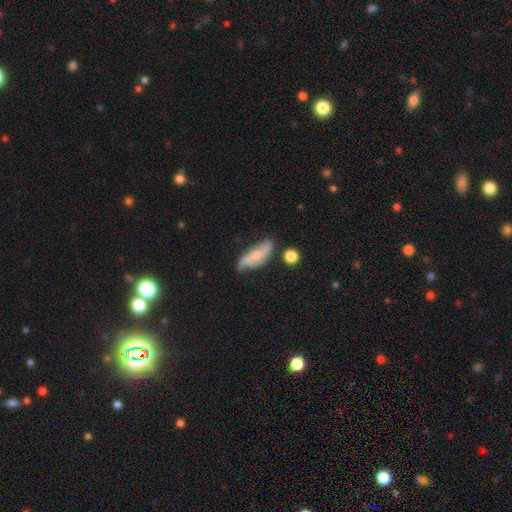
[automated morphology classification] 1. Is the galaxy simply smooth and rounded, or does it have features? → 60% featured or disk, 33% smooth, 7% star or artifact.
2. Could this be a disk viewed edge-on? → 84% no, 16% yes.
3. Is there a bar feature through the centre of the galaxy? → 63% no, 27% weak, 10% strong.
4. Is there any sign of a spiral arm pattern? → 87% yes, 13% no.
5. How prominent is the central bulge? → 55% small, 37% moderate, 4% none, 2% large, 1% dominant.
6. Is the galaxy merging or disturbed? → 63% none, 26% minor disturbance, 7% major disturbance, 4% merger.